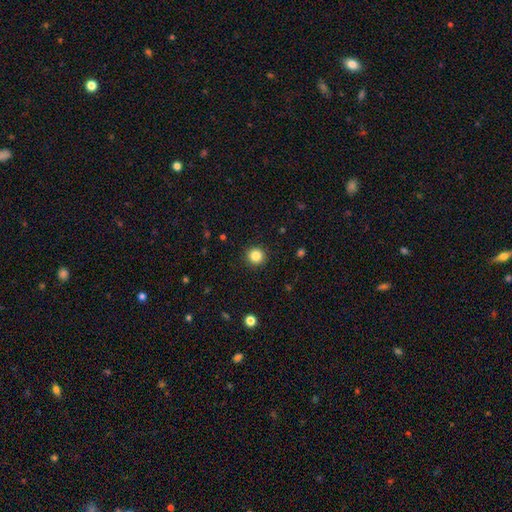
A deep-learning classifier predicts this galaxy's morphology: Smooth or featured?
  - smooth: 84% *
  - star or artifact: 11%
  - featured or disk: 4%
How rounded?
  - round: 94% *
  - in between: 5%
  - cigar-shaped: 1%
Merging?
  - none: 92% *
  - minor disturbance: 5%
  - major disturbance: 2%
  - merger: 1%